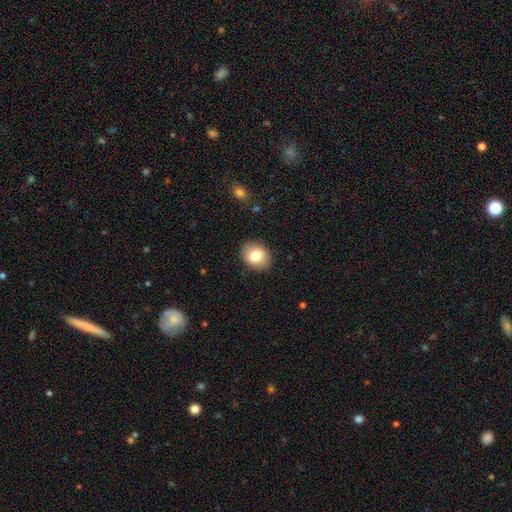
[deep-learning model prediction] Q: Smooth or featured?
A: smooth (77%); runner-up: featured or disk (14%)
Q: How rounded?
A: in between (52%); runner-up: round (47%)
Q: Merging?
A: none (87%); runner-up: minor disturbance (9%)